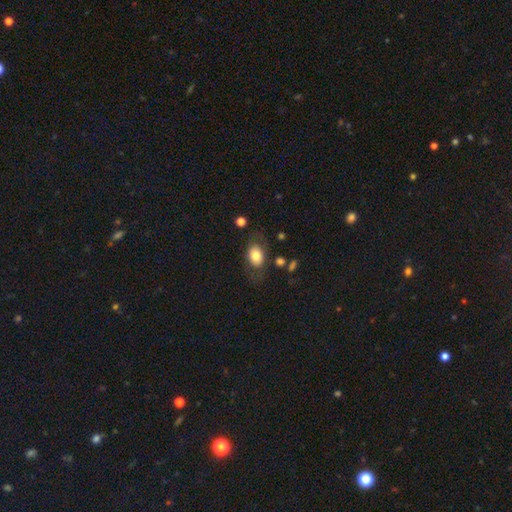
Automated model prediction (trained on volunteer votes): A smooth galaxy with no disk features (73%) that is in between round and cigar-shaped (79%).

Vote fractions:
- Smooth or featured? smooth: 73% / featured or disk: 19% / star or artifact: 8%
- How rounded? in between: 79% / round: 20% / cigar-shaped: 1%
- Merging? none: 70% / minor disturbance: 17% / major disturbance: 10% / merger: 3%